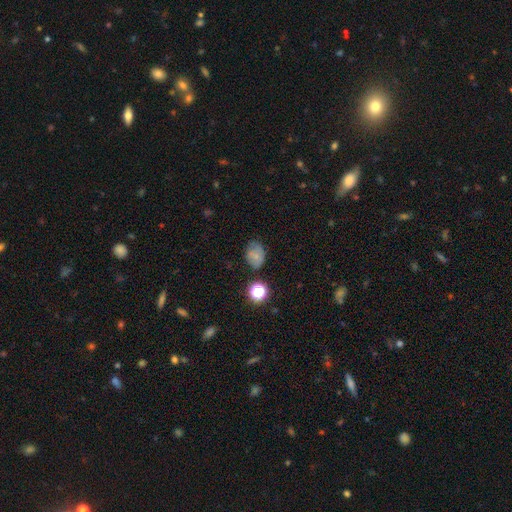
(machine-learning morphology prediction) This is likely a smooth galaxy (69%). How rounded: possibly in between (60%). Merging: likely none (63%).